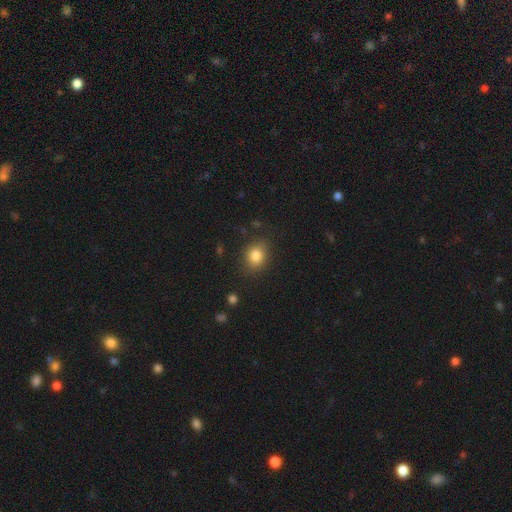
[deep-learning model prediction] Smooth or featured? smooth (83%)
How rounded? round (59%)
Merging? none (82%)